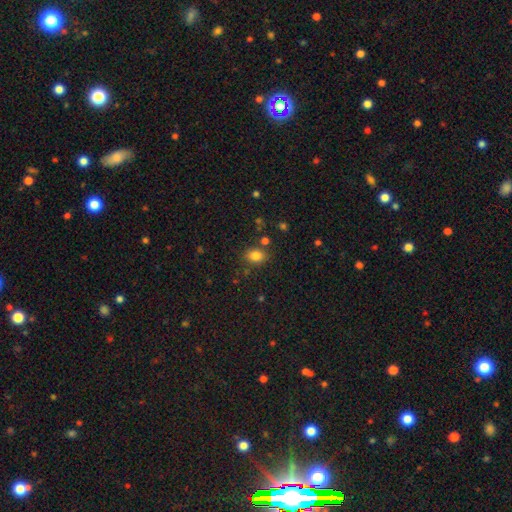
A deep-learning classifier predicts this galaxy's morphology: Smooth or featured?
  - smooth: 82% *
  - star or artifact: 12%
  - featured or disk: 6%
How rounded?
  - in between: 68% *
  - round: 31%
  - cigar-shaped: 1%
Merging?
  - none: 78% *
  - minor disturbance: 12%
  - merger: 6%
  - major disturbance: 4%